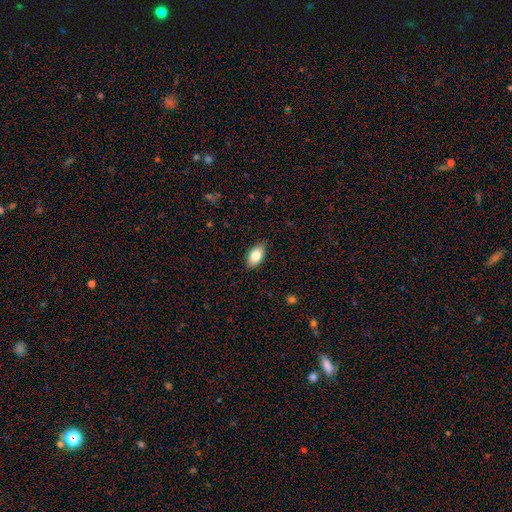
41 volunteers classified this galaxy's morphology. A smooth galaxy with no disk features (83%) that is in between round and cigar-shaped (91%). Merging: none (70%).